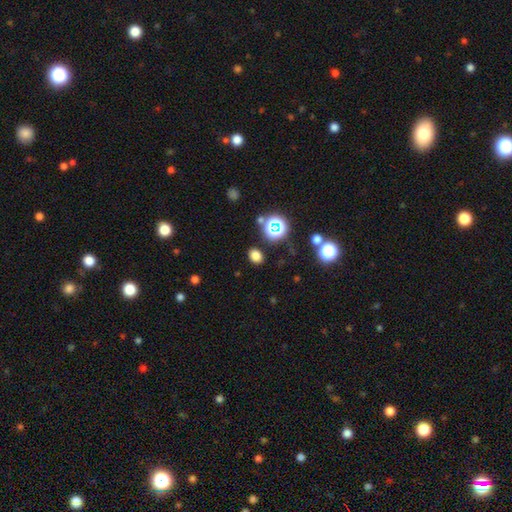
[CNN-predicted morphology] Smooth or featured? smooth (75%)
How rounded? in between (56%)
Merging? none (87%)